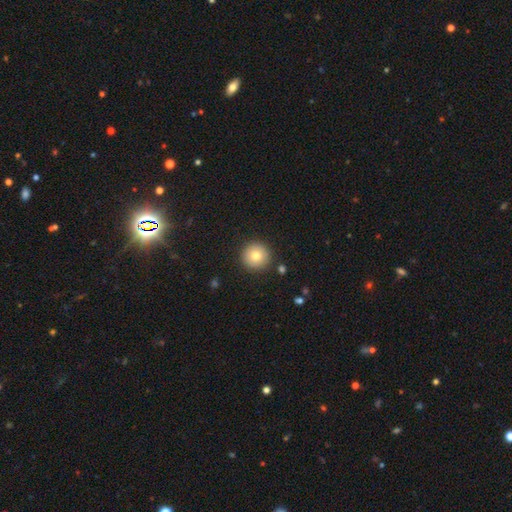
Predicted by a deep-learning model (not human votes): Morphology: type=smooth (78%); roundness=round (96%); merging=none (91%).